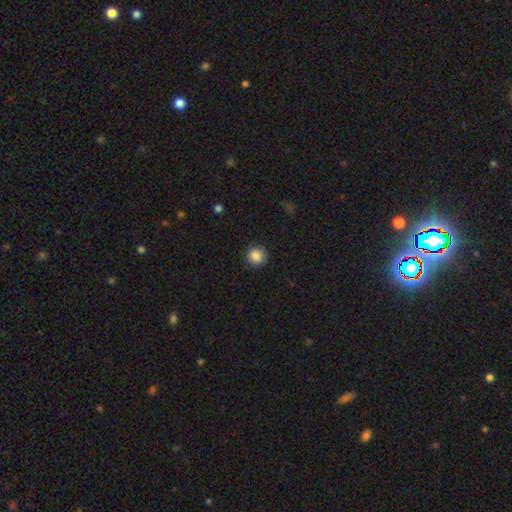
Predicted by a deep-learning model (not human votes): Smooth or featured: smooth — 86% (star or artifact — 10%)
How rounded: round — 91% (in between — 8%)
Merging: none — 89% (minor disturbance — 8%)